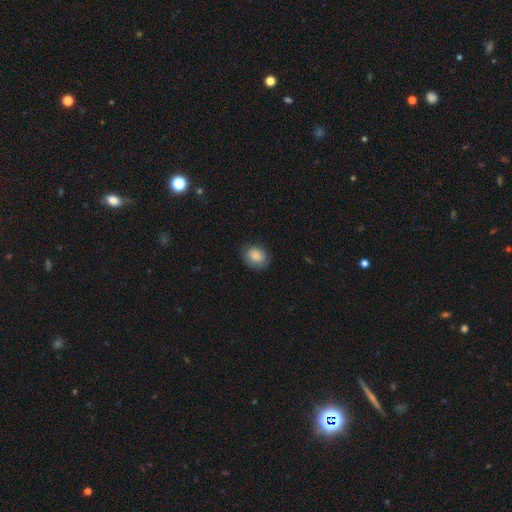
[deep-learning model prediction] Smooth or featured? Predicted: smooth (p=0.81). How rounded? Predicted: in between (p=0.58). Merging? Predicted: none (p=0.75).